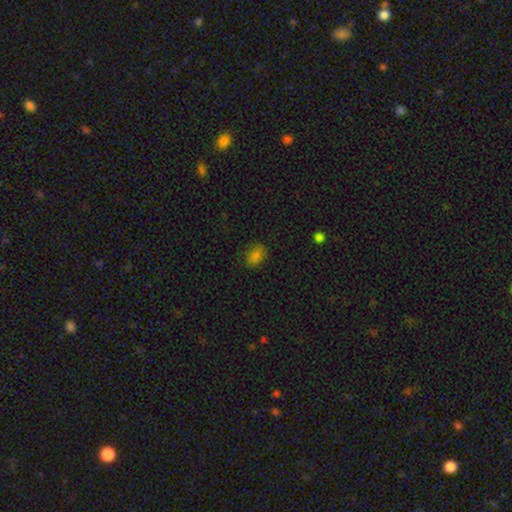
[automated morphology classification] A smooth galaxy with no disk features (81%) that is in between round and cigar-shaped (78%).

Vote fractions:
- Smooth or featured? smooth: 81% / star or artifact: 13% / featured or disk: 6%
- How rounded? in between: 78% / round: 20% / cigar-shaped: 2%
- Merging? none: 80% / minor disturbance: 16% / major disturbance: 3% / merger: 1%